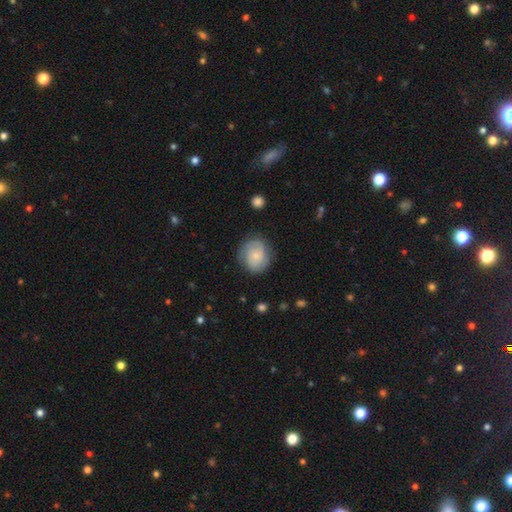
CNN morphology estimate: The model was most divided on "smooth or featured": smooth: 49%, featured or disk: 43%, star or artifact: 7%. More confident: merging — none (73%).